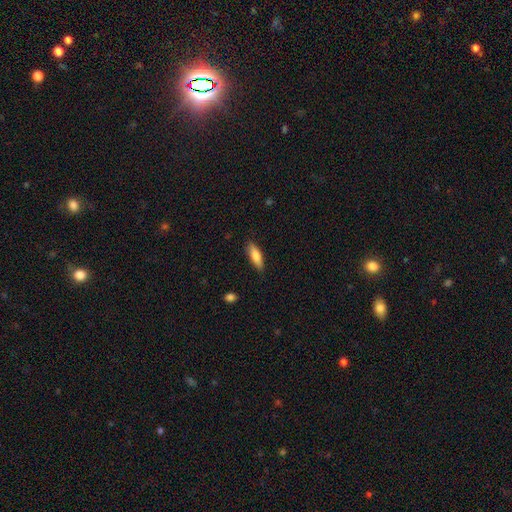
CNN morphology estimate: Smooth or featured? smooth (77%)
How rounded? cigar-shaped (51%)
Merging? none (86%)